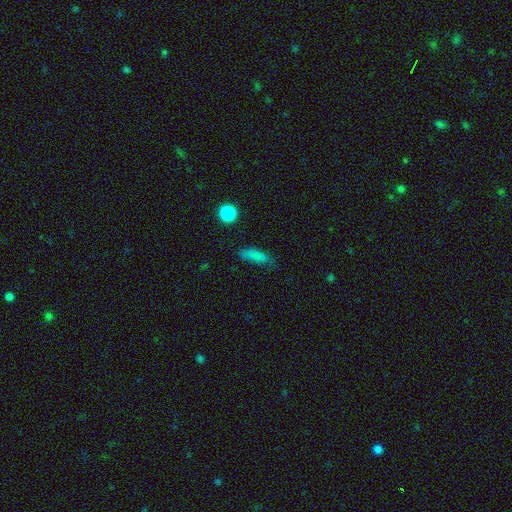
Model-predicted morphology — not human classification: smooth-or-featured: smooth: 80% | star or artifact: 11% | featured or disk: 9%
  how-rounded: in between: 52% | cigar-shaped: 44% | round: 4%
  merging: none: 67% | minor disturbance: 24% | major disturbance: 7% | merger: 2%